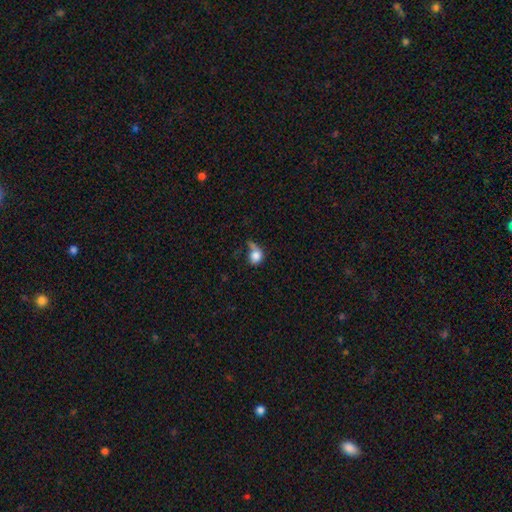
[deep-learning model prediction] Smooth or featured? Predicted: smooth (p=0.78). How rounded? Predicted: round (p=0.57). Merging? Predicted: major disturbance (p=0.33).